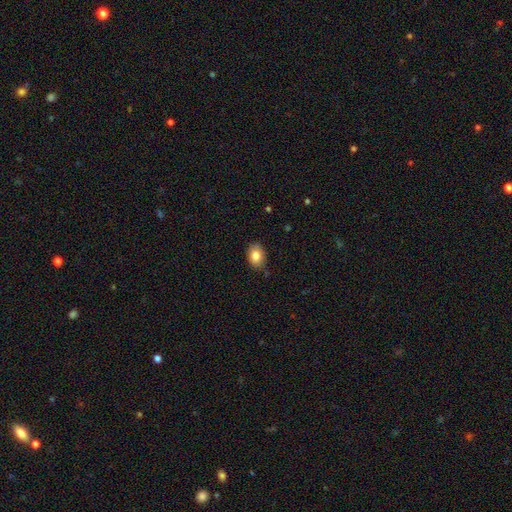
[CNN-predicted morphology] Smooth or featured?
  - smooth: 84% *
  - star or artifact: 8%
  - featured or disk: 8%
How rounded?
  - in between: 77% *
  - round: 22%
  - cigar-shaped: 1%
Merging?
  - none: 83% *
  - minor disturbance: 13%
  - major disturbance: 2%
  - merger: 1%